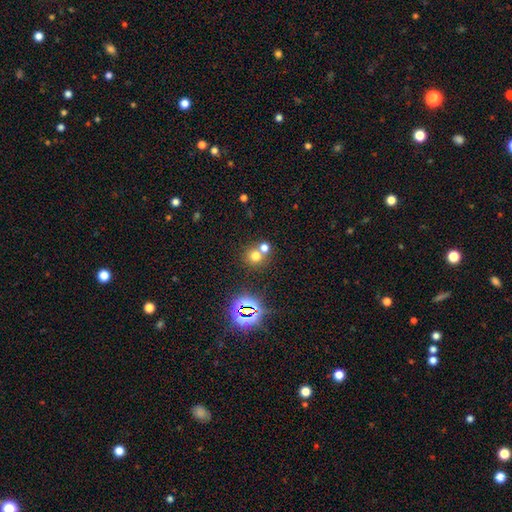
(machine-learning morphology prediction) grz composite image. It shows a smooth galaxy with no disk features (65%) that is round (88%). Merging: none (53%).